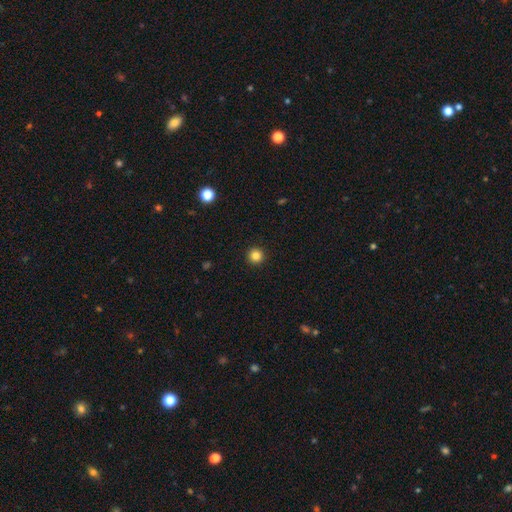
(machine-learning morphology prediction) This appears to be a smooth galaxy with no disk features (84%) that is round (96%). Merging: none (93%).